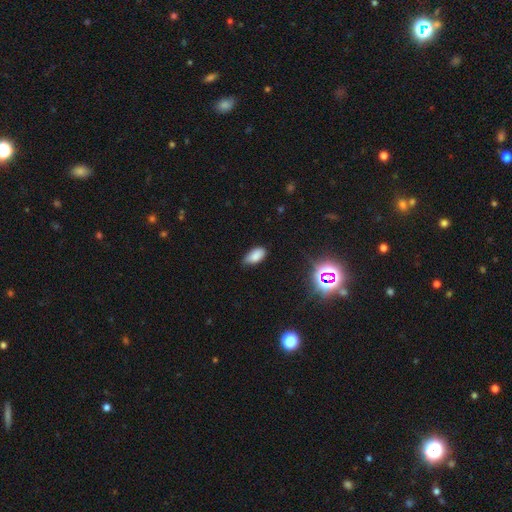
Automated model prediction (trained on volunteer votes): Smooth or featured? smooth (82%)
How rounded? in between (92%)
Merging? none (66%)